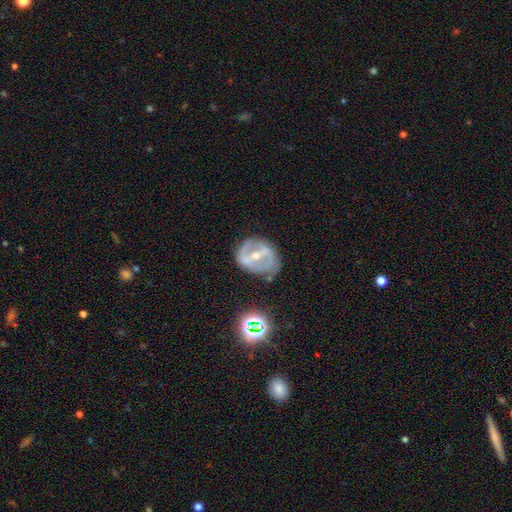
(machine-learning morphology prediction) Overall: featured or disk (80%). Edge-on disk: no (95%). Bar: strong (66%). Spiral arms: yes (66%; no 34%). Bulge size: small (51%; moderate 45%). Merging: none (64%).